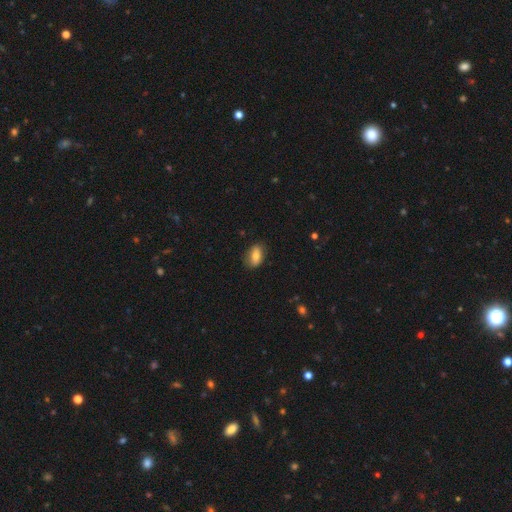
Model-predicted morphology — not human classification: This appears to be a smooth galaxy with no disk features (73%) that is in between round and cigar-shaped (87%). Merging: none (78%).